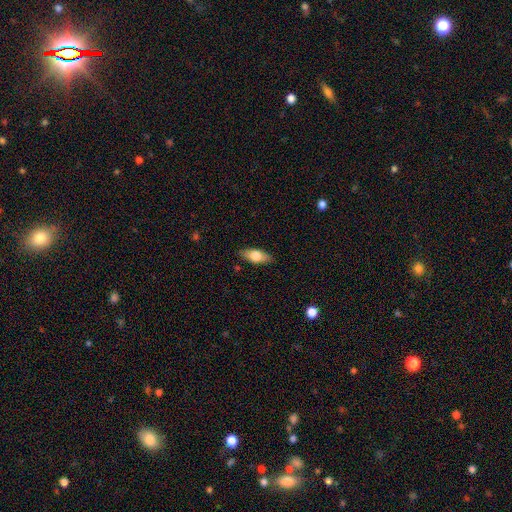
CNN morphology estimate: This is likely a smooth galaxy (70%). How rounded: likely in between (80%). Merging: clearly none (86%).